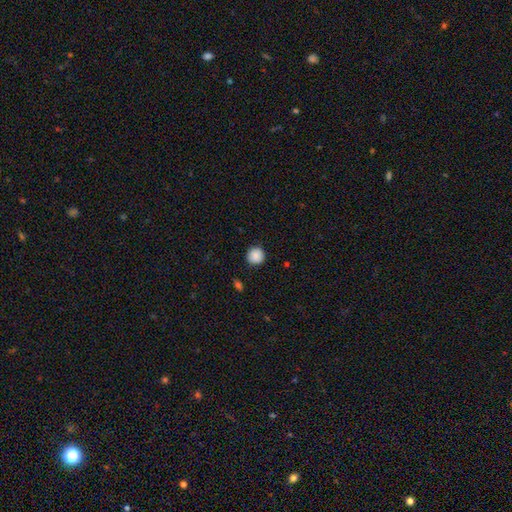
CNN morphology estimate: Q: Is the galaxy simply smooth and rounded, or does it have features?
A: smooth — 87%.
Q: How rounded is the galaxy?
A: round — 94%.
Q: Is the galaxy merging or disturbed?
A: none — 88%.